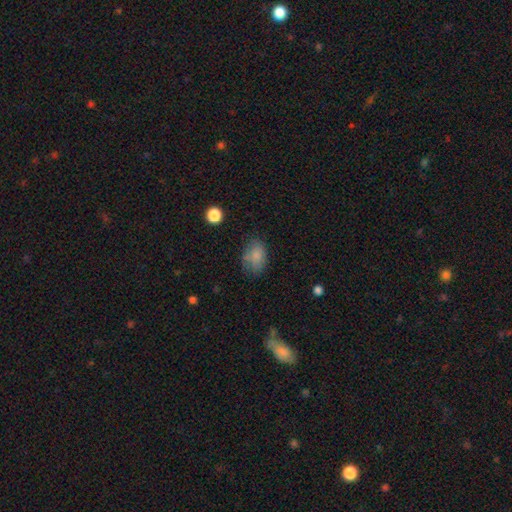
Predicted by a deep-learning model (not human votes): A smooth galaxy with no disk features (79%) that is in between round and cigar-shaped (81%).

Vote fractions:
- Smooth or featured? smooth: 79% / featured or disk: 11% / star or artifact: 10%
- How rounded? in between: 81% / round: 18% / cigar-shaped: 1%
- Merging? none: 64% / minor disturbance: 24% / major disturbance: 9% / merger: 3%